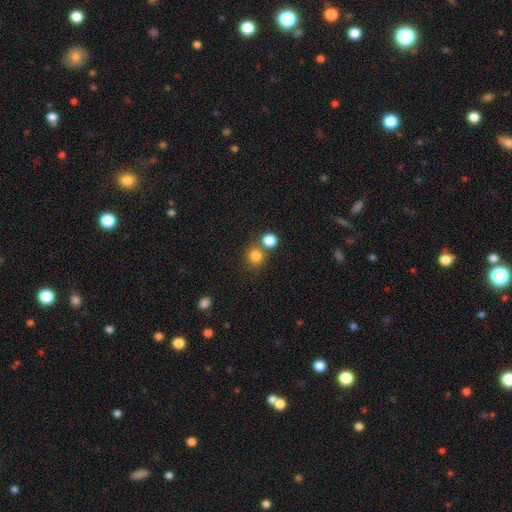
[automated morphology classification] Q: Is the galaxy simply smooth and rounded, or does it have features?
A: smooth — 82%.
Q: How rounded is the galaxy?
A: round — 88%.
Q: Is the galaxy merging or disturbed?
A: none — 63%.